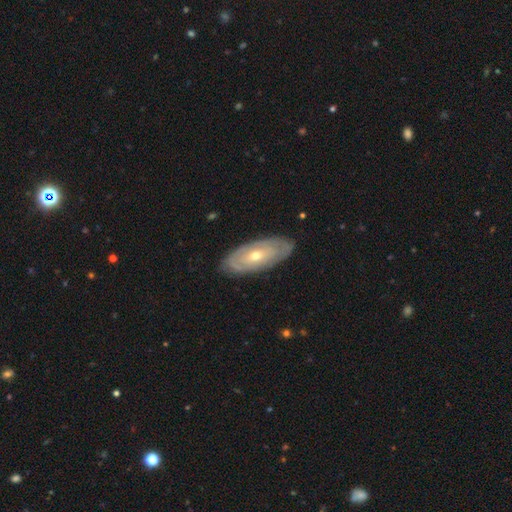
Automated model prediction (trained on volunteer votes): smooth-or-featured: featured or disk: 66% | smooth: 28% | star or artifact: 5%
  disk-edge-on: no: 86% | yes: 14%
    bar: no: 71% | weak: 22% | strong: 7%
    has-spiral-arms: yes: 55% | no: 45%
    bulge-size: moderate: 52% | small: 44% | large: 2% | none: 1% | dominant: 1%
  merging: none: 83% | minor disturbance: 13% | major disturbance: 3% | merger: 1%